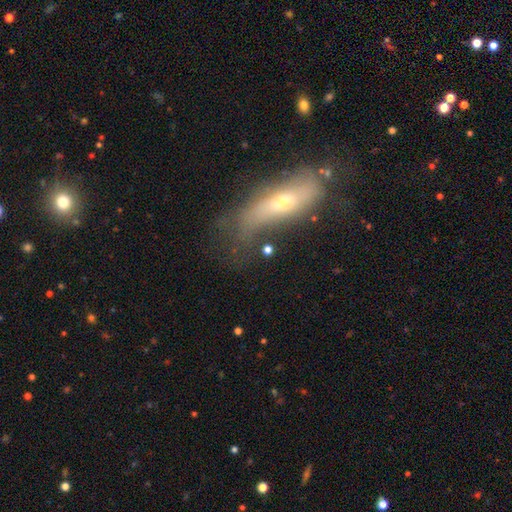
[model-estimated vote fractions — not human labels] smooth-or-featured: featured or disk: 45% | smooth: 42% | star or artifact: 12%
  merging: none: 49% | minor disturbance: 26% | major disturbance: 20% | merger: 5%